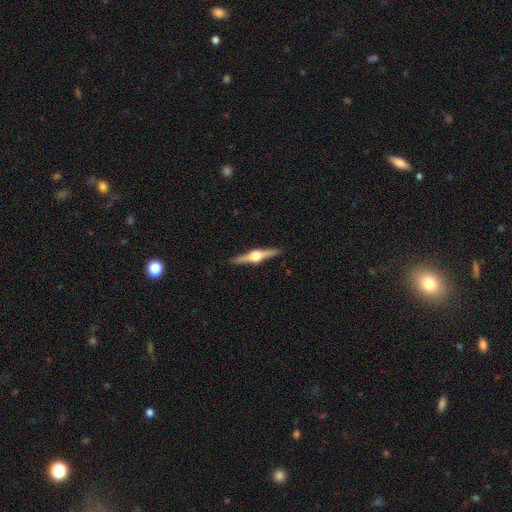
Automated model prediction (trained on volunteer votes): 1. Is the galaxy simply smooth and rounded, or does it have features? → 83% featured or disk, 12% smooth, 5% star or artifact.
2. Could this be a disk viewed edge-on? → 98% yes, 2% no.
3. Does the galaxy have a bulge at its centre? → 95% rounded, 4% boxy, 1% none.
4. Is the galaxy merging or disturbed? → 92% none, 6% minor disturbance, 1% major disturbance, 1% merger.